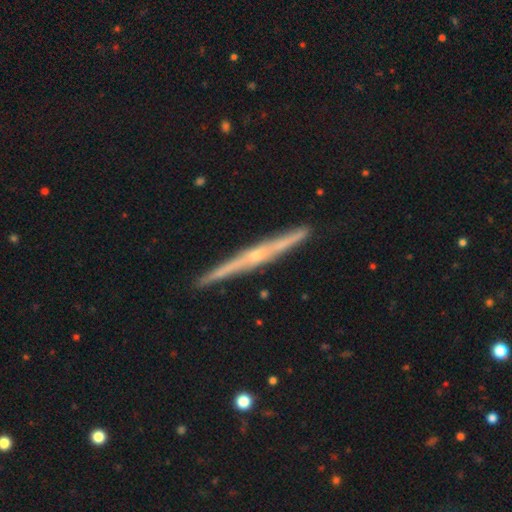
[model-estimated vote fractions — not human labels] Overall: featured or disk (79%). Edge-on disk: yes (98%). Edge-on bulge: rounded (70%). Merging: none (91%).